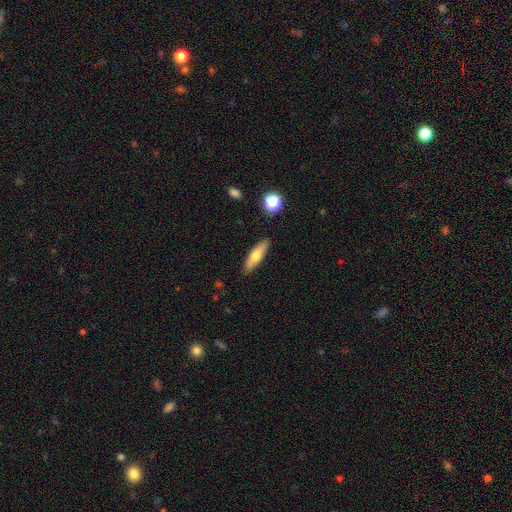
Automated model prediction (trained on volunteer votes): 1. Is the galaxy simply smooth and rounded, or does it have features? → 59% smooth, 34% featured or disk, 7% star or artifact.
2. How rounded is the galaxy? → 66% cigar-shaped, 32% in between, 3% round.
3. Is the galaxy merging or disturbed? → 88% none, 9% minor disturbance, 2% major disturbance, 2% merger.